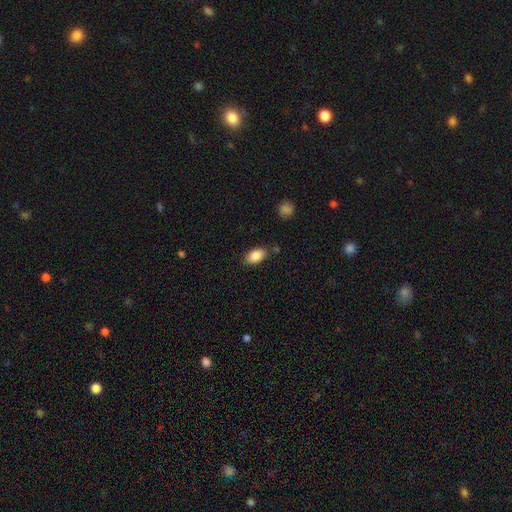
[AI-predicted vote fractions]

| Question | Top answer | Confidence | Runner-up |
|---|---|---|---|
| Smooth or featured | smooth | 86% | star or artifact (7%) |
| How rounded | in between | 90% | round (7%) |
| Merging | none | 80% | minor disturbance (13%) |